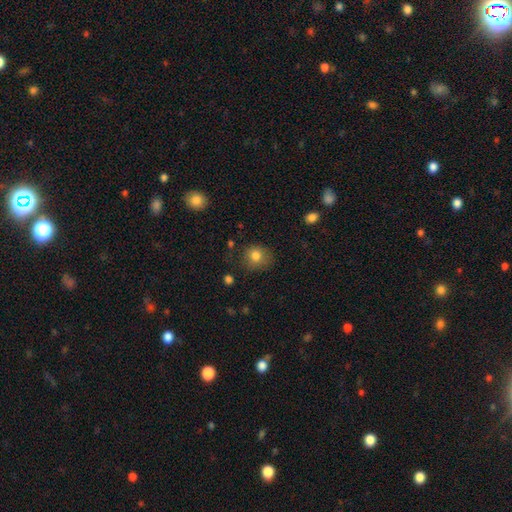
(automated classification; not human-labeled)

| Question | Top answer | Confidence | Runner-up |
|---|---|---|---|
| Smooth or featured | smooth | 80% | star or artifact (11%) |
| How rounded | round | 77% | in between (22%) |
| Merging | none | 73% | minor disturbance (19%) |